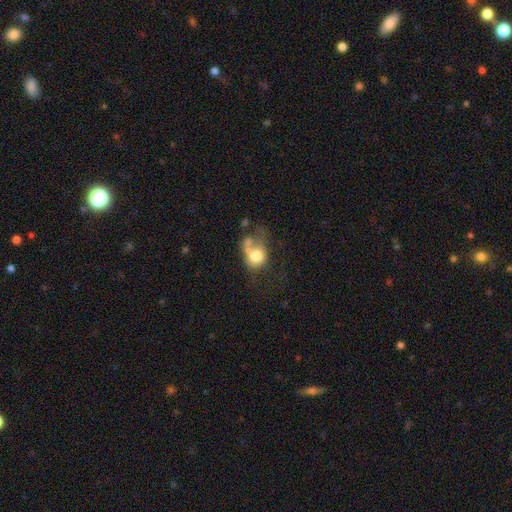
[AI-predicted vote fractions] Smooth or featured: smooth — 67% (featured or disk — 23%)
How rounded: round — 57% (in between — 42%)
Merging: merger — 40% (major disturbance — 24%)